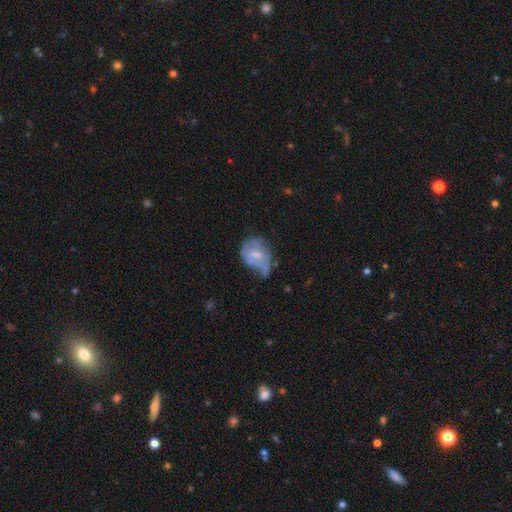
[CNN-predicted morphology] Q: Smooth or featured?
A: featured or disk (47%); runner-up: smooth (44%)
Q: Merging?
A: minor disturbance (34%); runner-up: major disturbance (31%)